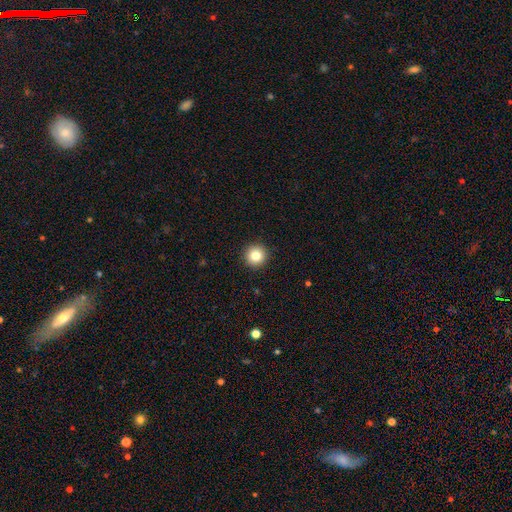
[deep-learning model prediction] Smooth or featured?
  - smooth: 82% *
  - star or artifact: 11%
  - featured or disk: 7%
How rounded?
  - round: 96% *
  - in between: 3%
  - cigar-shaped: 1%
Merging?
  - none: 93% *
  - minor disturbance: 4%
  - major disturbance: 1%
  - merger: 1%